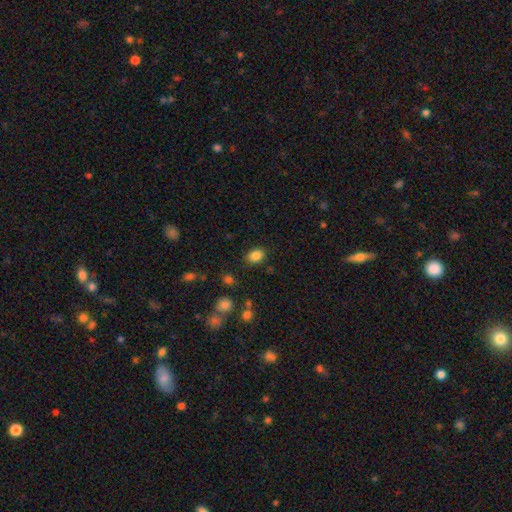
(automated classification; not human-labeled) Smooth or featured? Predicted: smooth (p=0.84). How rounded? Predicted: in between (p=0.69). Merging? Predicted: none (p=0.84).